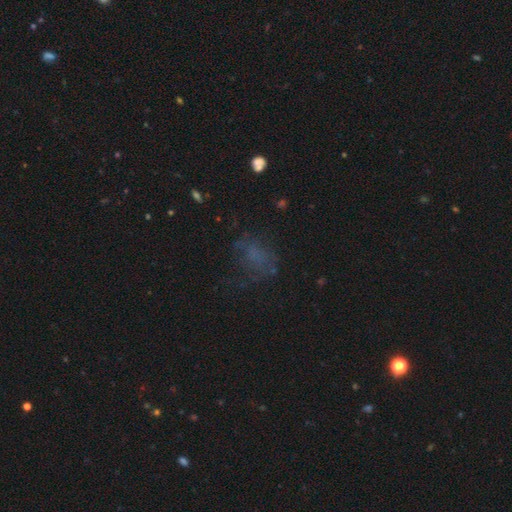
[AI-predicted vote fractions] A smooth galaxy with no disk features (46%). Merging: none (51%).